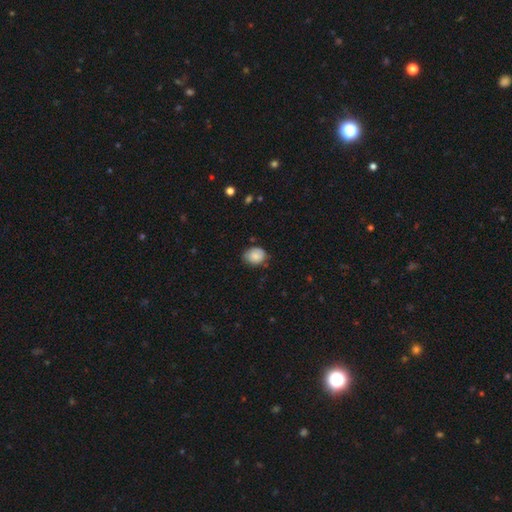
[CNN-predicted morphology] A smooth galaxy with no disk features (82%) that is in between round and cigar-shaped (51%). Merging: none (67%).